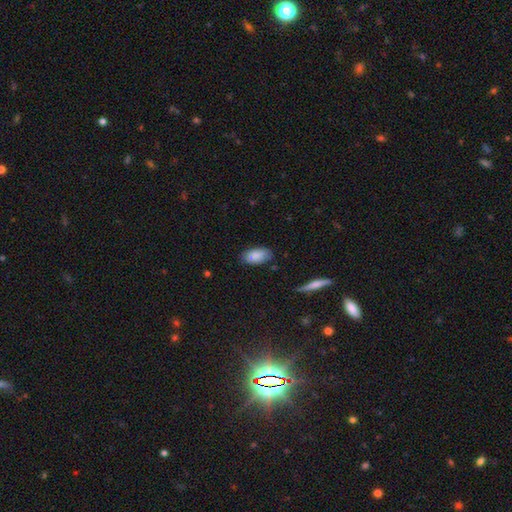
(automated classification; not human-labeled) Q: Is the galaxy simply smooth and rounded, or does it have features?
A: smooth — 86%.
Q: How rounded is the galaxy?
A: in between — 93%.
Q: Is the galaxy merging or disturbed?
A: none — 79%.